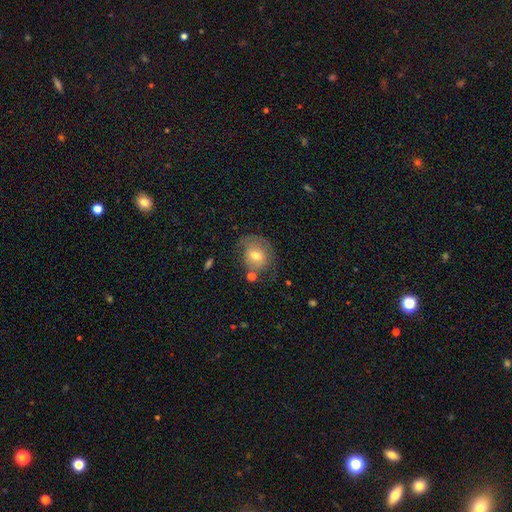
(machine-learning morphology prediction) Smooth or featured?
  - smooth: 59% *
  - featured or disk: 32%
  - star or artifact: 9%
How rounded?
  - round: 63% *
  - in between: 36%
  - cigar-shaped: 1%
Merging?
  - none: 54% *
  - minor disturbance: 26%
  - major disturbance: 14%
  - merger: 7%